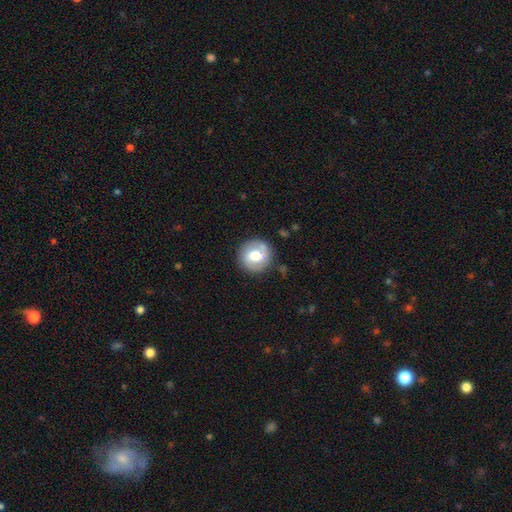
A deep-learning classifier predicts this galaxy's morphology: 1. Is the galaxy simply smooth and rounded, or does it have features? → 55% smooth, 38% featured or disk, 8% star or artifact.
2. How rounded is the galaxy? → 85% round, 14% in between, 1% cigar-shaped.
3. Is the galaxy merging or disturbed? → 79% none, 13% minor disturbance, 4% major disturbance, 4% merger.